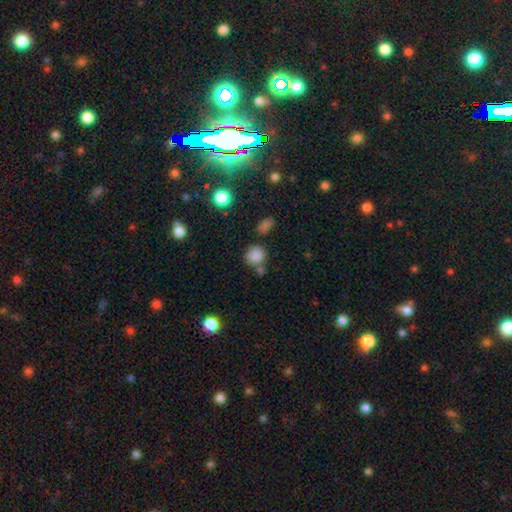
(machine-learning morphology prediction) Overall: smooth (83%). How rounded: round (81%). Merging: none (62%).